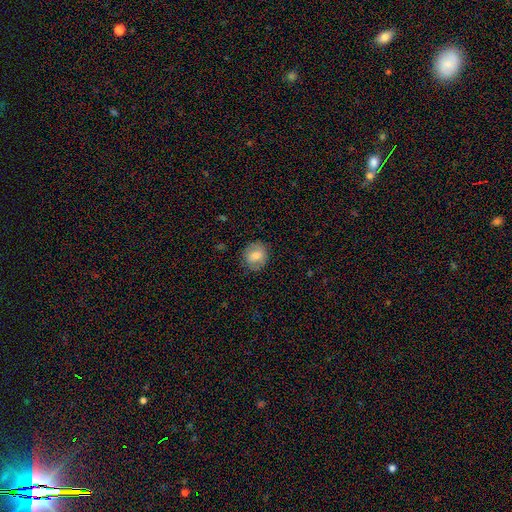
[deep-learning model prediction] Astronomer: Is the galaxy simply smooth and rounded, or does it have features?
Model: smooth — 75%.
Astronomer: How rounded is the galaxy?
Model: round — 74%.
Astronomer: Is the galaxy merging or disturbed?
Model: none — 82%.